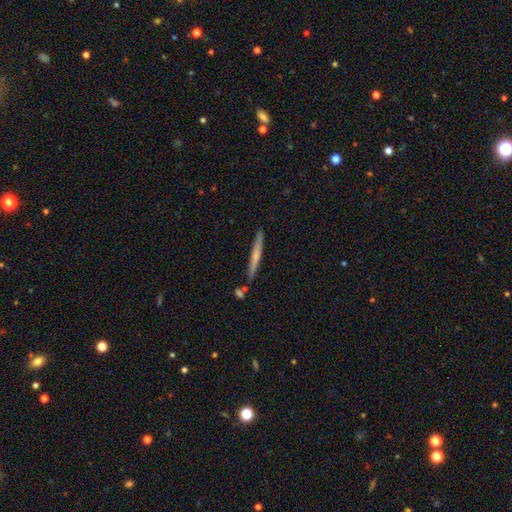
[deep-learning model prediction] Q: Smooth or featured?
A: smooth (50%); runner-up: featured or disk (44%)
Q: How rounded?
A: cigar-shaped (96%); runner-up: in between (3%)
Q: Merging?
A: none (83%); runner-up: minor disturbance (10%)